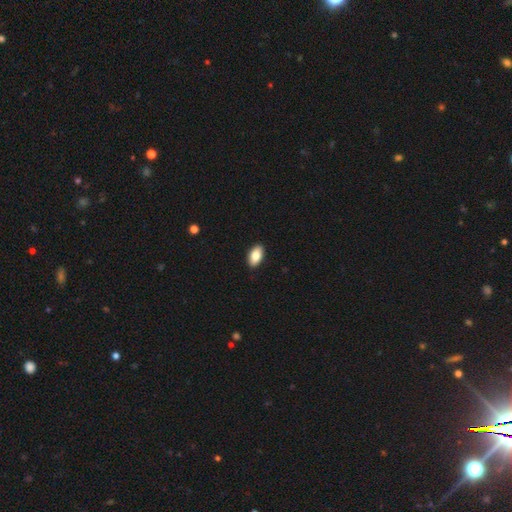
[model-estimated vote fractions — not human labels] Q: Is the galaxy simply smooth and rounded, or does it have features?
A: smooth — 84%.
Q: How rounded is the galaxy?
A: in between — 93%.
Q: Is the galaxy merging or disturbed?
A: none — 90%.